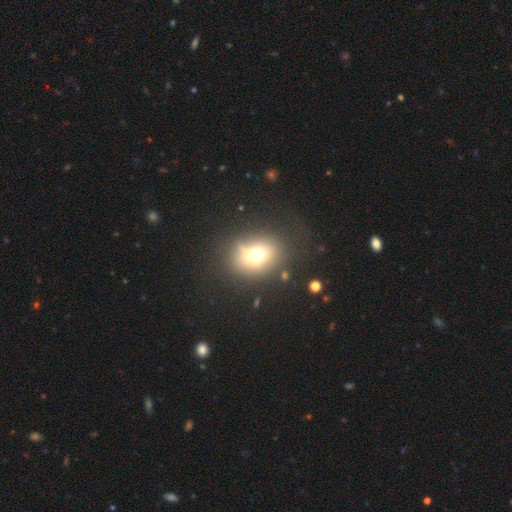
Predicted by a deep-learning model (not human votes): smooth-or-featured: smooth: 65% | featured or disk: 19% | star or artifact: 16%
  how-rounded: round: 59% | in between: 39% | cigar-shaped: 1%
  merging: none: 66% | minor disturbance: 18% | major disturbance: 10% | merger: 5%